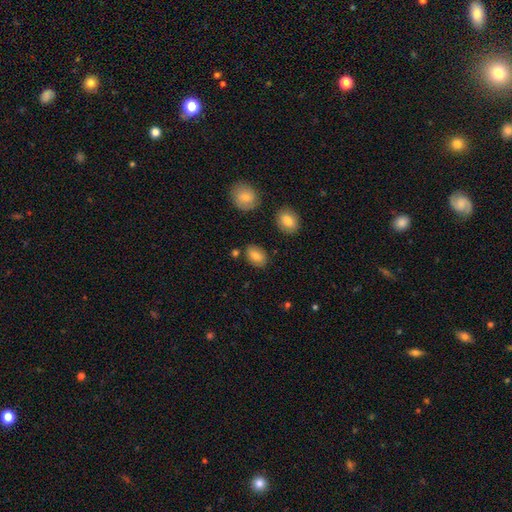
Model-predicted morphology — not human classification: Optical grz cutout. It shows a smooth galaxy with no disk features (80%) that is in between round and cigar-shaped (85%). Merging: none (82%).